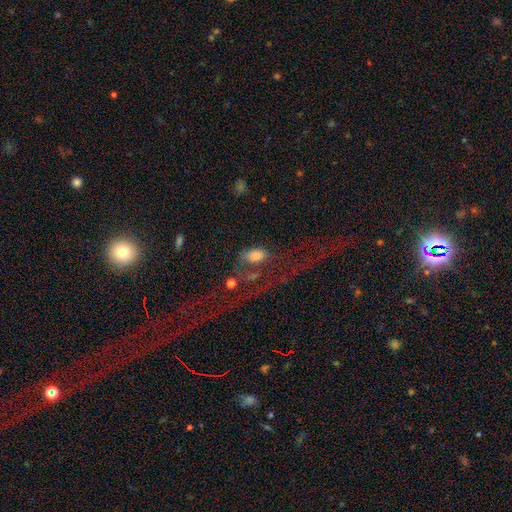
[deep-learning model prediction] Overall: smooth (60%; featured or disk 22%). How rounded: in between (83%). Merging: none (34%, tied with major disturbance).